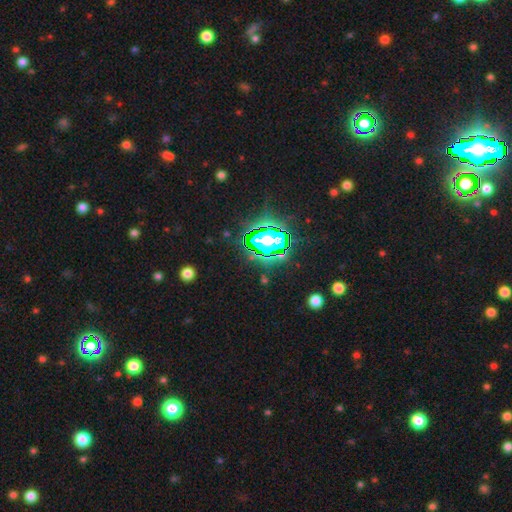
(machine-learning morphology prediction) Overall: star or artifact (80%).